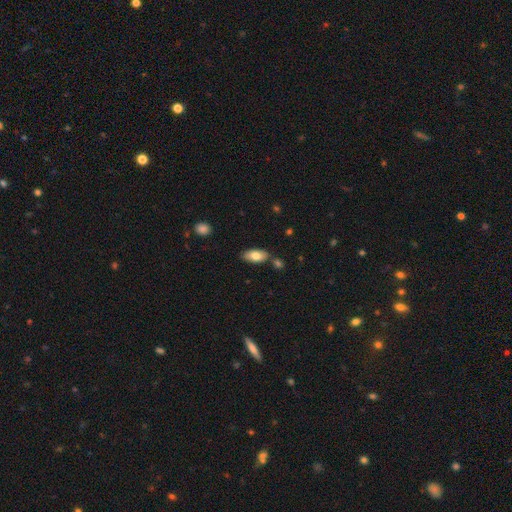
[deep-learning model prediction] smooth-or-featured: smooth: 80% | featured or disk: 14% | star or artifact: 6%
  how-rounded: in between: 91% | cigar-shaped: 7% | round: 2%
  merging: none: 77% | minor disturbance: 14% | merger: 7% | major disturbance: 3%